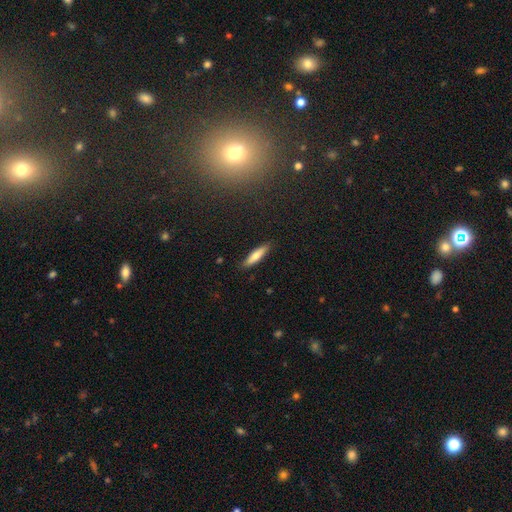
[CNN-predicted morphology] This is likely a smooth galaxy (72%). How rounded: likely cigar-shaped (79%). Merging: clearly none (88%).